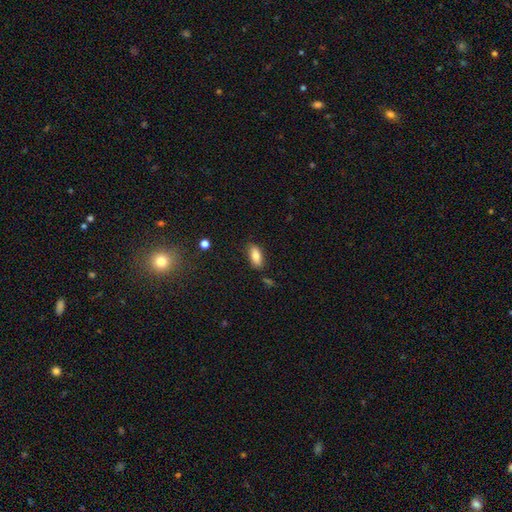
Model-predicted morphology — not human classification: smooth-or-featured: smooth: 83% | featured or disk: 10% | star or artifact: 8%
  how-rounded: in between: 84% | cigar-shaped: 13% | round: 3%
  merging: none: 82% | minor disturbance: 13% | major disturbance: 3% | merger: 3%